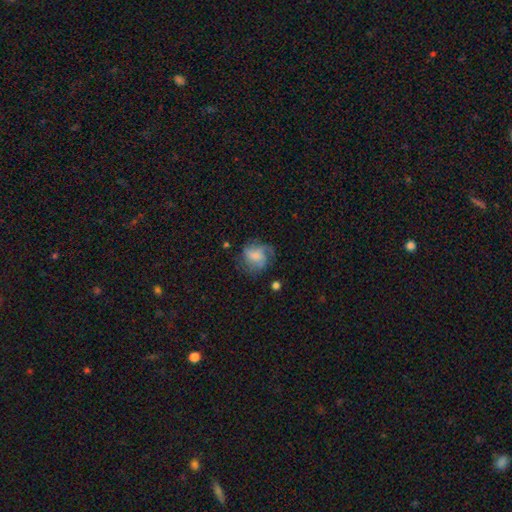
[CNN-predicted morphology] smooth-or-featured: featured or disk: 48% | smooth: 42% | star or artifact: 10%
  merging: none: 52% | minor disturbance: 24% | major disturbance: 22% | merger: 2%